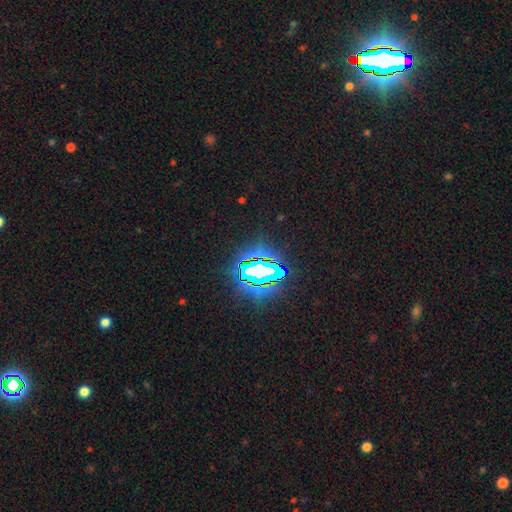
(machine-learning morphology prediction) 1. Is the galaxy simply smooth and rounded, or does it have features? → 85% star or artifact, 9% smooth, 6% featured or disk.